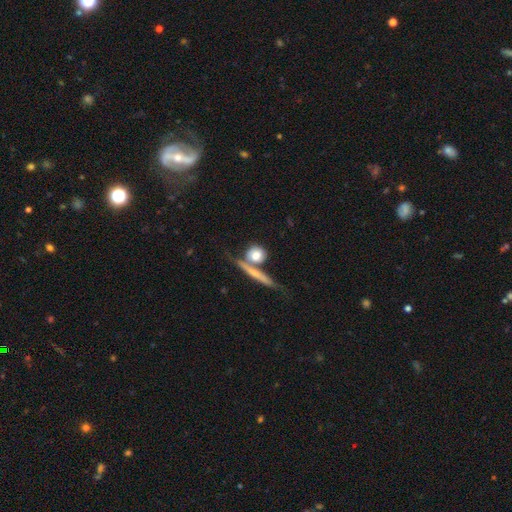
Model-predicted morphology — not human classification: smooth_or_featured: smooth (p=0.70) [alt: featured or disk p=0.23]
how_rounded: round (p=0.72) [alt: in between p=0.14]
merging: none (p=0.53) [alt: merger p=0.26]